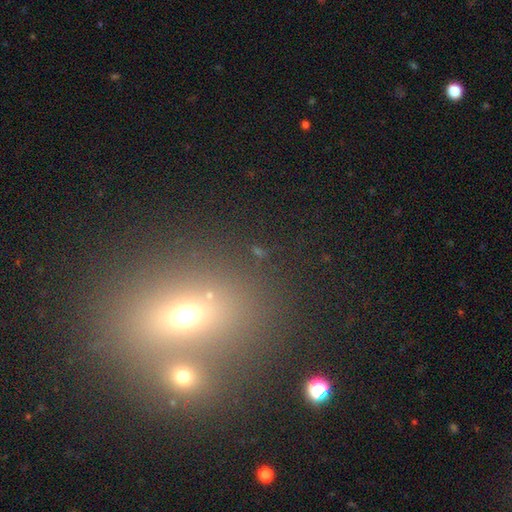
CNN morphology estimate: type=smooth (49%); merging=none (60%).